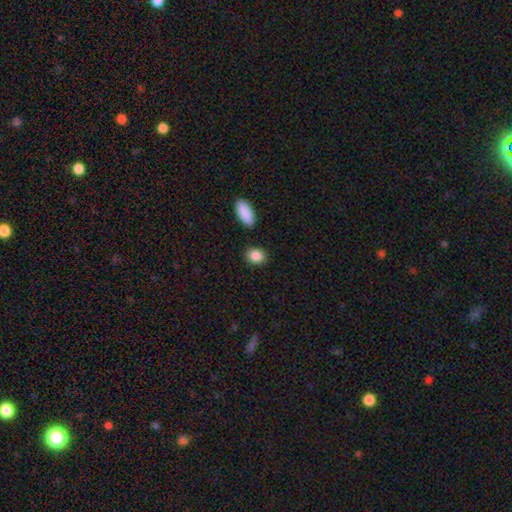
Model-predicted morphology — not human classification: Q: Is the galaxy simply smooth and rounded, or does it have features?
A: smooth — 87%.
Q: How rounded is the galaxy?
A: in between — 54%.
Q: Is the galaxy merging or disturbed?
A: none — 85%.